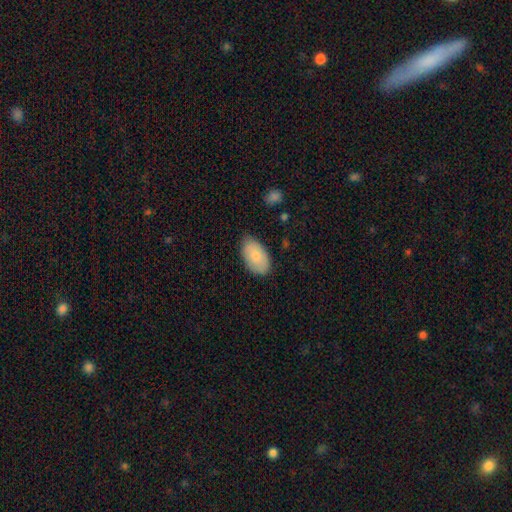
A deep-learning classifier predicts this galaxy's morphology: This is likely a smooth galaxy (78%). How rounded: clearly in between (93%). Merging: likely none (78%).